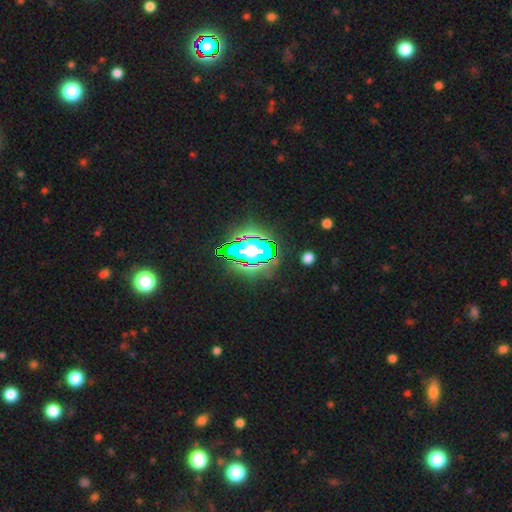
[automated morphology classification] Q: Smooth or featured?
A: star or artifact (82%); runner-up: smooth (10%)